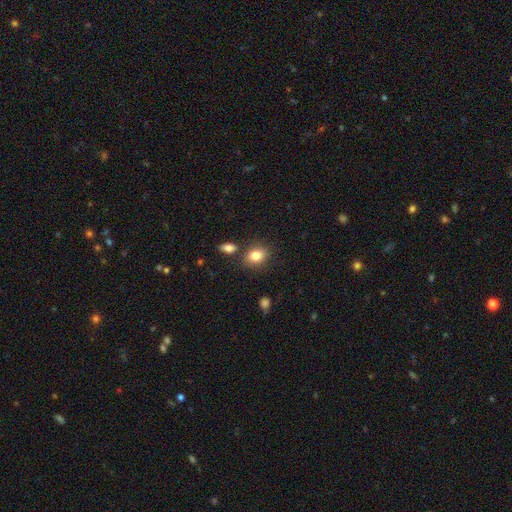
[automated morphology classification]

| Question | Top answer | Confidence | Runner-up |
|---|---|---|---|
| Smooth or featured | smooth | 82% | star or artifact (9%) |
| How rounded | in between | 67% | round (32%) |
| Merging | none | 77% | minor disturbance (11%) |